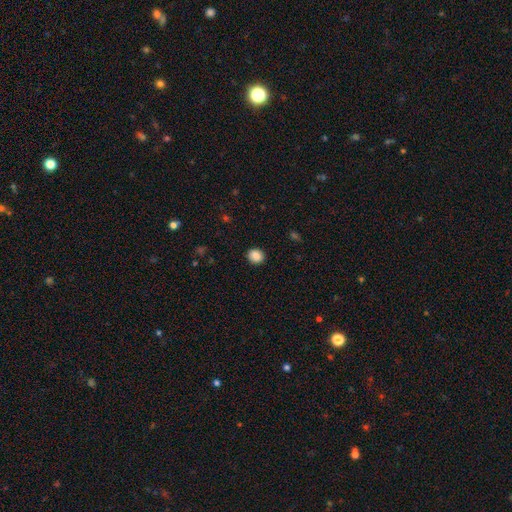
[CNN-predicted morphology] Smooth or featured? smooth (87%)
How rounded? round (78%)
Merging? none (91%)